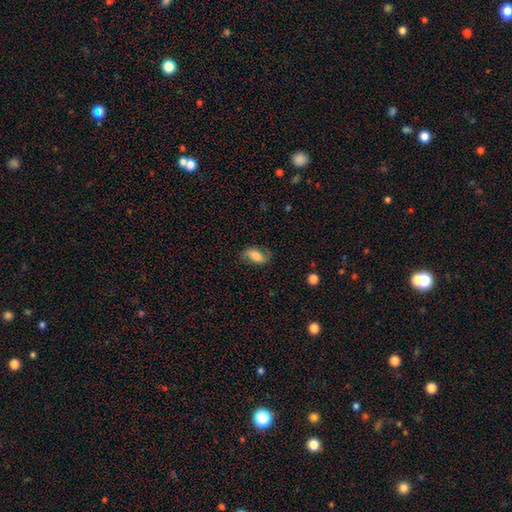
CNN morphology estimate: This appears to be a smooth galaxy with no disk features (63%) that is in between round and cigar-shaped (87%). Merging: none (69%).